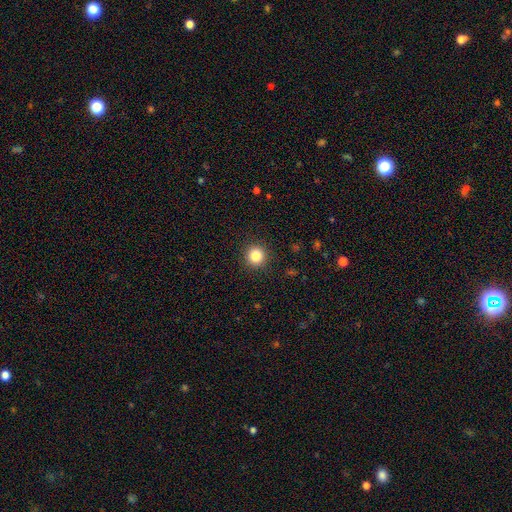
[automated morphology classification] This is clearly a smooth galaxy (85%). How rounded: clearly round (95%). Merging: clearly none (92%).